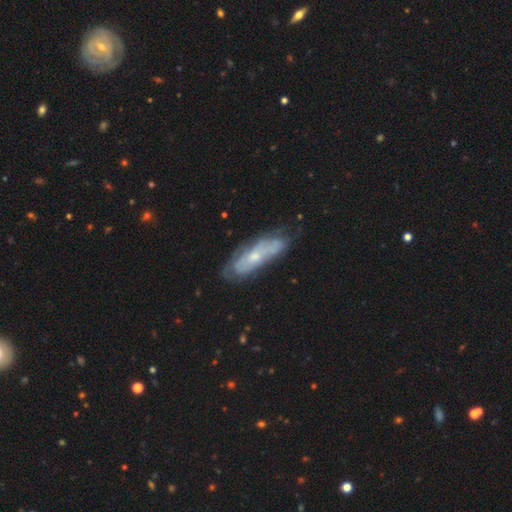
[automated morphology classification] Smooth or featured?
  - featured or disk: 62% *
  - smooth: 31%
  - star or artifact: 8%
Edge-on disk?
  - no: 74% *
  - yes: 26%
Merging?
  - none: 65% *
  - minor disturbance: 24%
  - major disturbance: 8%
  - merger: 3%